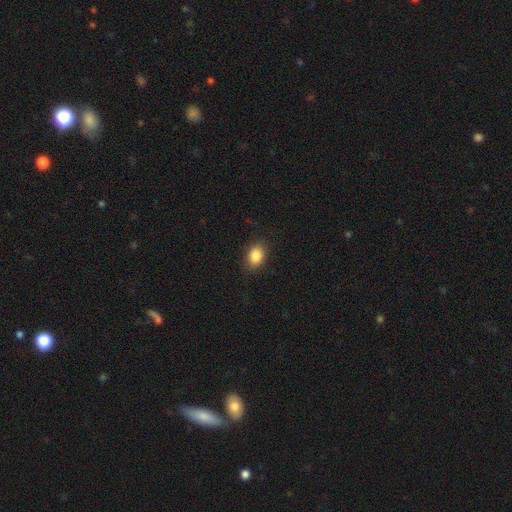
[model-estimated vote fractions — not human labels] This is clearly a smooth galaxy (86%). How rounded: likely in between (73%). Merging: clearly none (85%).